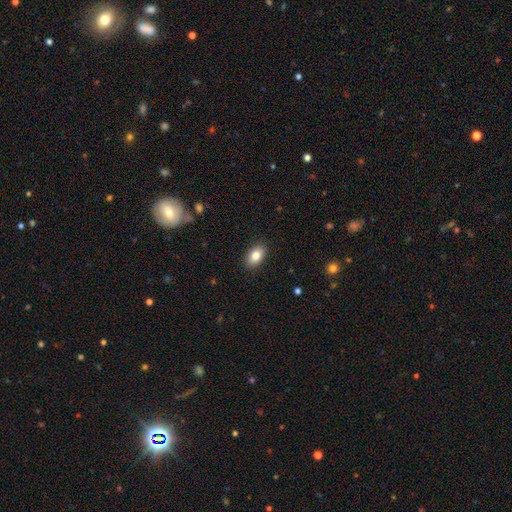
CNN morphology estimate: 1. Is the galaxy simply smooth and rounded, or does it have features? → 82% smooth, 10% featured or disk, 8% star or artifact.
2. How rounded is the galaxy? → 88% in between, 11% round, 1% cigar-shaped.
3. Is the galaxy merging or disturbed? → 89% none, 8% minor disturbance, 2% major disturbance, 1% merger.